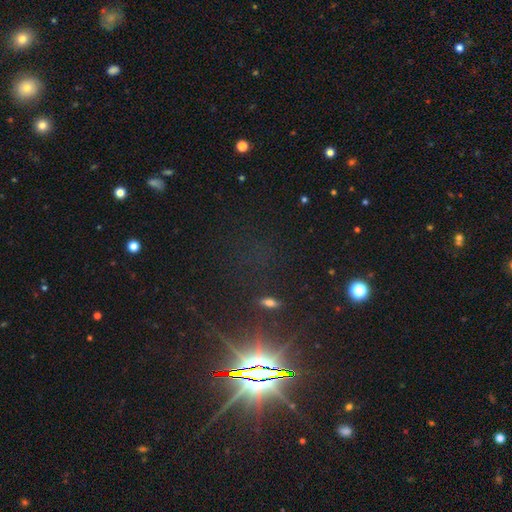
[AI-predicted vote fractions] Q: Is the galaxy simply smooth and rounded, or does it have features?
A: star or artifact — 82%.